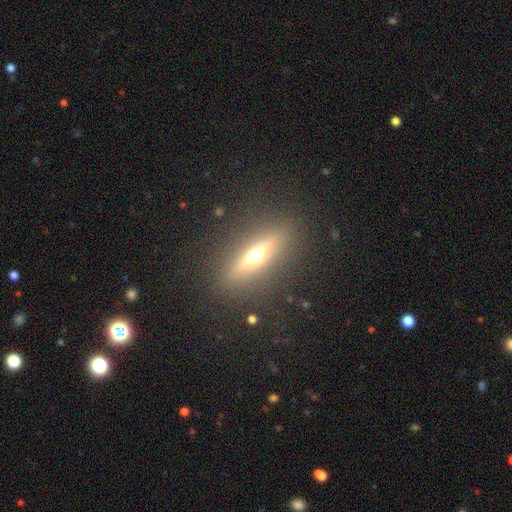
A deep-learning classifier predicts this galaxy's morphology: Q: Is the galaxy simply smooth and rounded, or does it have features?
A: featured or disk — 64%.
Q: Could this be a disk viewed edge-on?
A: yes — 91%.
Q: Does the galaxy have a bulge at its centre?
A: rounded — 95%.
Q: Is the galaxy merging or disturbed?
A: none — 88%.